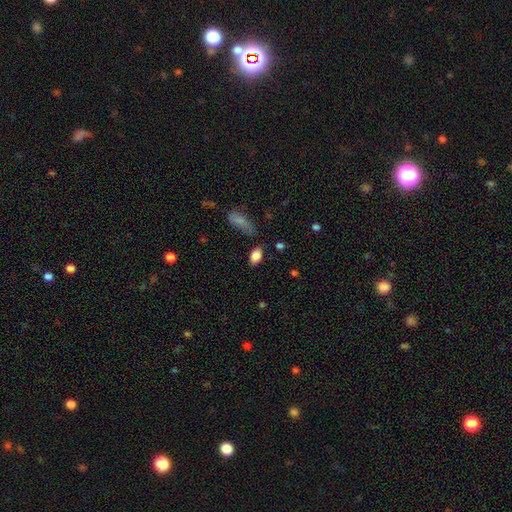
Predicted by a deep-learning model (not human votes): Overall: smooth (86%). How rounded: in between (90%). Merging: none (74%).